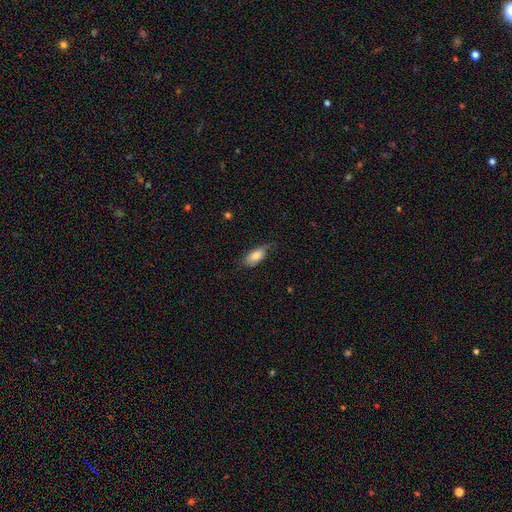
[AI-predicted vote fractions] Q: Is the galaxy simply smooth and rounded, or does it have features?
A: smooth — 79%.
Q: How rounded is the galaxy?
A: in between — 89%.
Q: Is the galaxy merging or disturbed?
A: none — 61%.